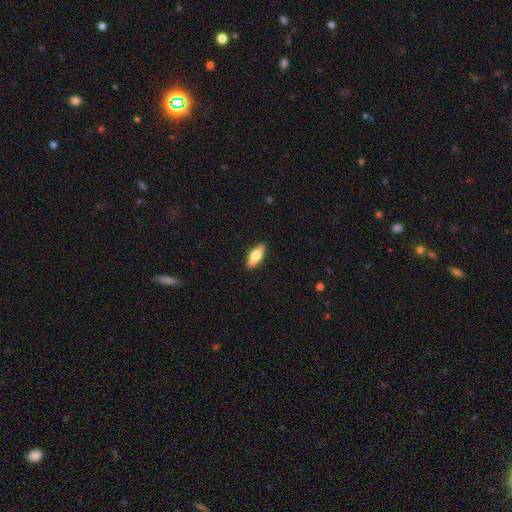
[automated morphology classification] smooth_or_featured: smooth (p=0.75) [alt: featured or disk p=0.19]
how_rounded: in between (p=0.77) [alt: cigar-shaped p=0.20]
merging: none (p=0.89) [alt: minor disturbance p=0.09]